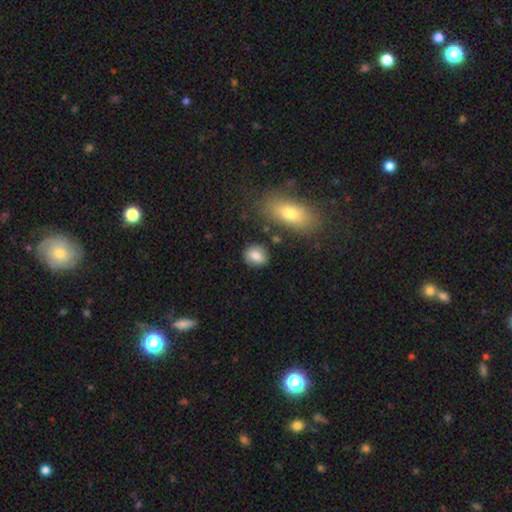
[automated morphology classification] type=smooth (81%); roundness=round (58%); merging=none (79%).